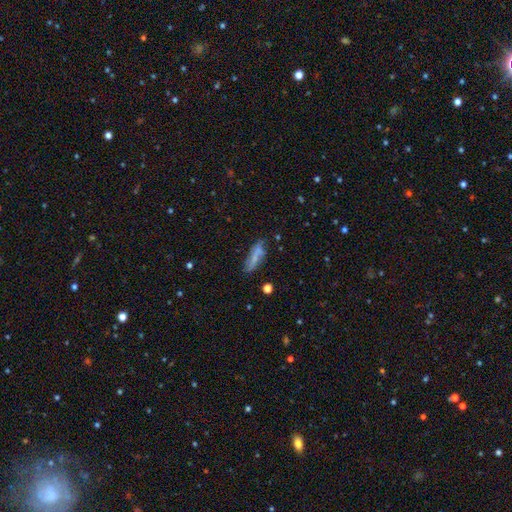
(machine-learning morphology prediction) type=smooth (58%); roundness=cigar-shaped (61%); merging=none (62%).